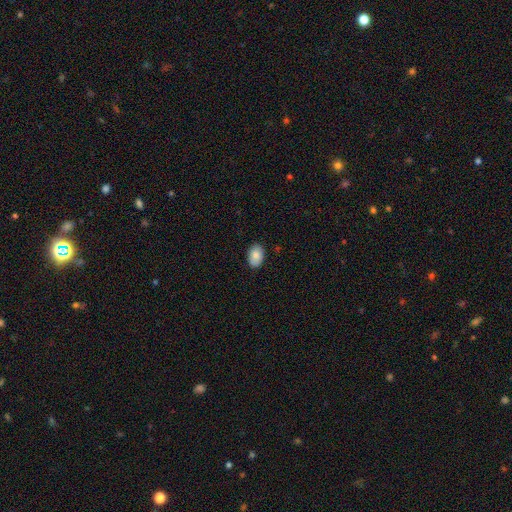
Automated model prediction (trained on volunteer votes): smooth-or-featured: smooth: 85% | featured or disk: 8% | star or artifact: 7%
  how-rounded: in between: 87% | round: 12% | cigar-shaped: 1%
  merging: none: 87% | minor disturbance: 10% | major disturbance: 2% | merger: 1%